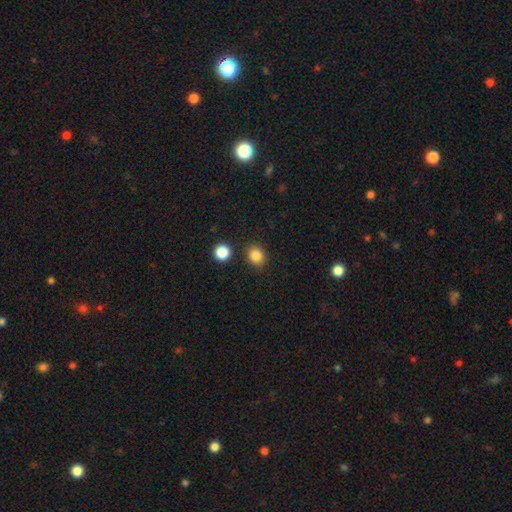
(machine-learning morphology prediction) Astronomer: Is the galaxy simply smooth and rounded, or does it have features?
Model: smooth — 85%.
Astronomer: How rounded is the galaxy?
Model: round — 68%.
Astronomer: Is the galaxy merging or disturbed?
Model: none — 86%.